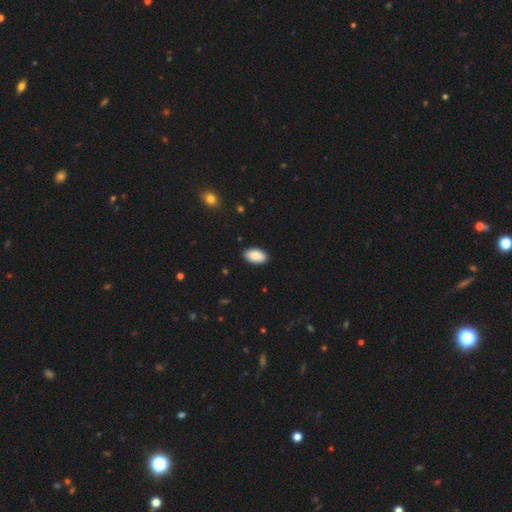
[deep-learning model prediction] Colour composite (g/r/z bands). It shows a smooth galaxy with no disk features (86%) that is in between round and cigar-shaped (95%). Merging: none (89%).